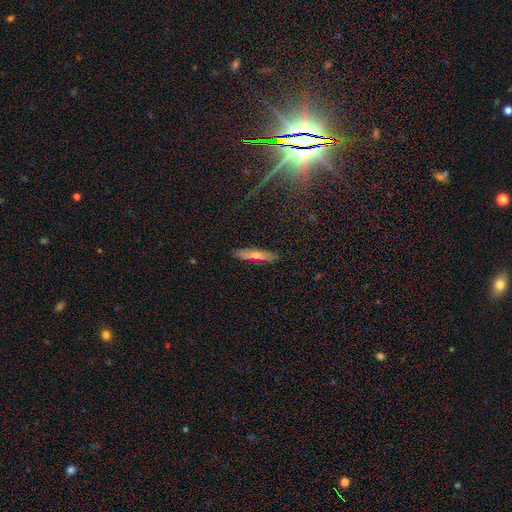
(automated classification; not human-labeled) Smooth or featured?
  - smooth: 63% *
  - featured or disk: 29%
  - star or artifact: 8%
How rounded?
  - cigar-shaped: 86% *
  - in between: 12%
  - round: 2%
Merging?
  - none: 87% *
  - minor disturbance: 10%
  - major disturbance: 2%
  - merger: 2%